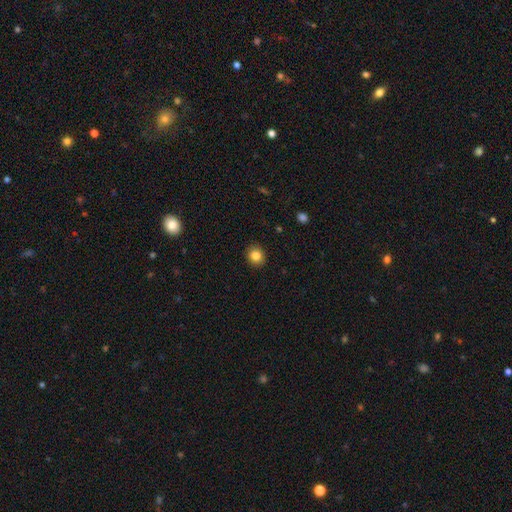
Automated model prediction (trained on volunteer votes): Smooth or featured? Predicted: smooth (p=0.84). How rounded? Predicted: round (p=0.78). Merging? Predicted: none (p=0.91).